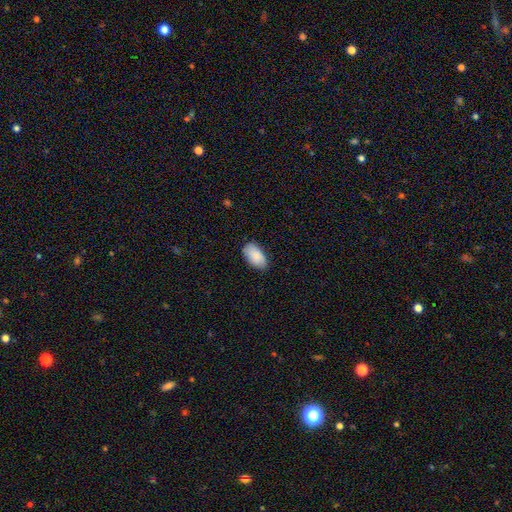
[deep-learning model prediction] smooth 88%, star or artifact 6%, featured or disk 6%. Down the decision tree: how rounded — in between (95%); merging — none (81%).